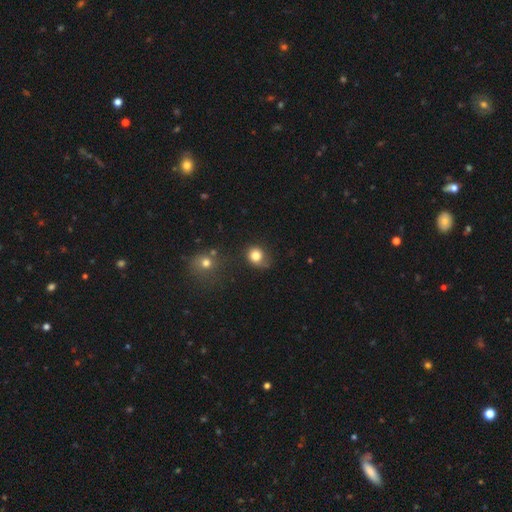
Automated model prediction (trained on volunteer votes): smooth 80%, star or artifact 11%, featured or disk 9%. Down the decision tree: how rounded — round (74%); merging — none (57%).